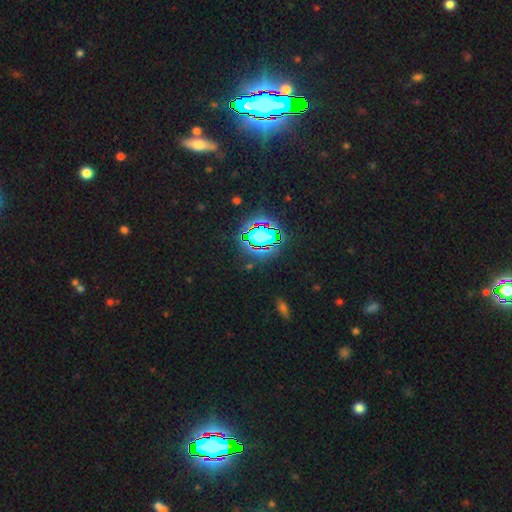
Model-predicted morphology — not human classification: Smooth or featured?
  - star or artifact: 80% *
  - smooth: 11%
  - featured or disk: 9%